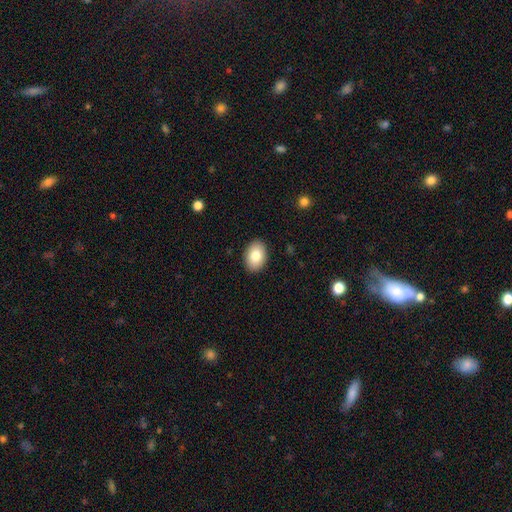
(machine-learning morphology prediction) Smooth or featured: smooth — 82% (featured or disk — 11%)
How rounded: in between — 82% (round — 17%)
Merging: none — 90% (minor disturbance — 8%)